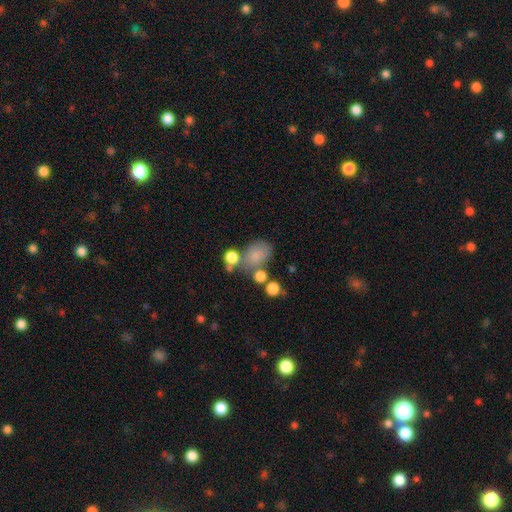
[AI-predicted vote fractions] Overall: smooth (74%). How rounded: in between (68%; round 30%). Merging: none (47%; merger 24%).